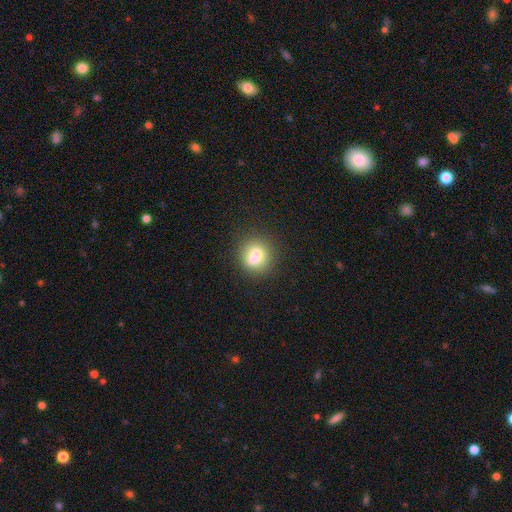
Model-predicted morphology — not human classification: Overall: smooth (71%). How rounded: round (79%). Merging: none (56%; merger 27%).